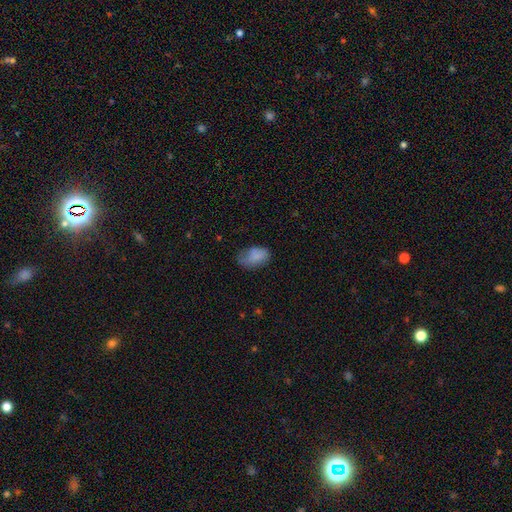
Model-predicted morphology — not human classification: This appears to be a smooth galaxy with no disk features (80%) that is in between round and cigar-shaped (91%). Merging: none (50%).